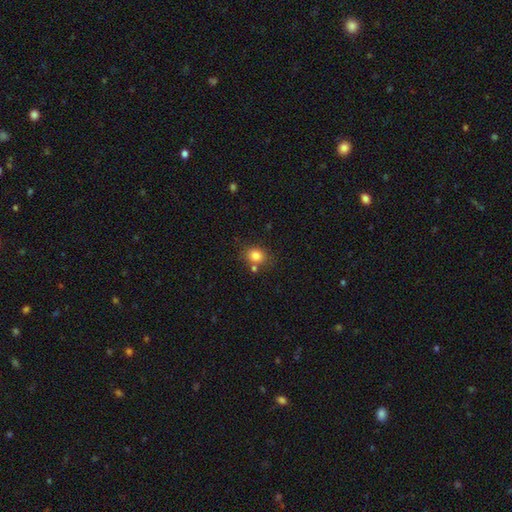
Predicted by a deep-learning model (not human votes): This appears to be a smooth galaxy with no disk features (82%) that is round (53%). Merging: none (69%).